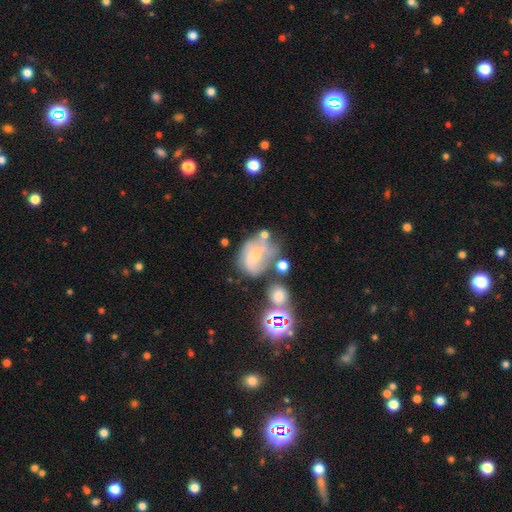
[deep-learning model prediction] Smooth or featured?
  - featured or disk: 51% *
  - smooth: 32%
  - star or artifact: 17%
Edge-on disk?
  - no: 97% *
  - yes: 3%
Merging?
  - none: 35% *
  - minor disturbance: 24%
  - major disturbance: 23%
  - merger: 19%